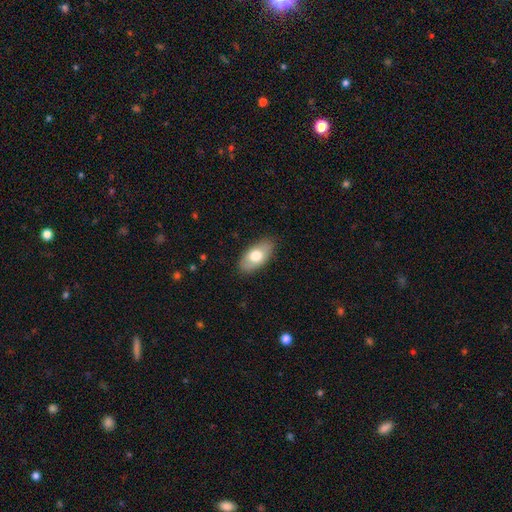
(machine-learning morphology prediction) smooth_or_featured: smooth (p=0.71) [alt: featured or disk p=0.23]
how_rounded: in between (p=0.92) [alt: cigar-shaped p=0.05]
merging: none (p=0.85) [alt: minor disturbance p=0.12]